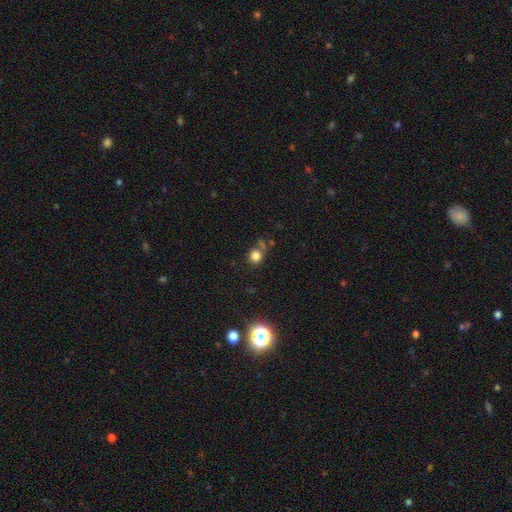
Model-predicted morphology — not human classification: smooth-or-featured: smooth: 78% | star or artifact: 15% | featured or disk: 7%
  how-rounded: round: 76% | in between: 23% | cigar-shaped: 1%
  merging: none: 62% | minor disturbance: 16% | merger: 14% | major disturbance: 8%